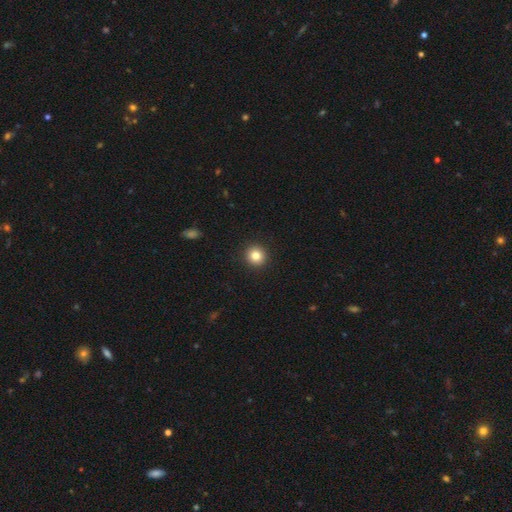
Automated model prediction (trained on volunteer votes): smooth_or_featured: smooth (p=0.83) [alt: star or artifact p=0.11]
how_rounded: round (p=0.94) [alt: in between p=0.05]
merging: none (p=0.93) [alt: minor disturbance p=0.04]